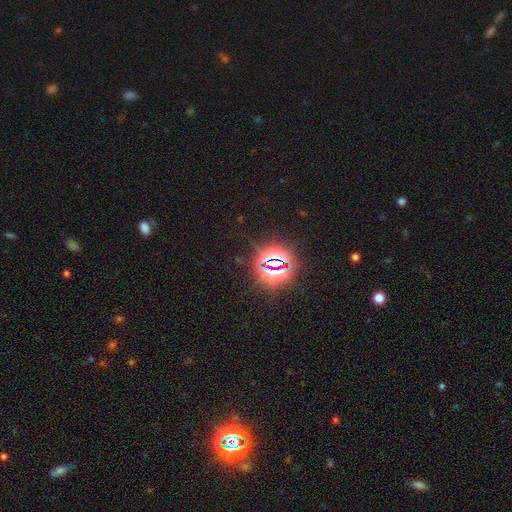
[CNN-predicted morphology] Q: Smooth or featured?
A: star or artifact (82%); runner-up: smooth (12%)